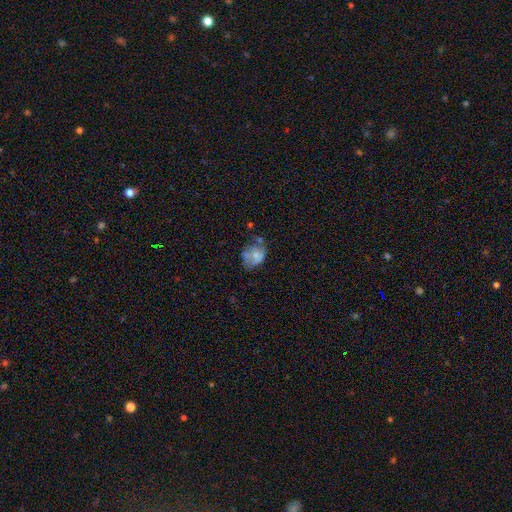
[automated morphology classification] The model was most divided on "merging": none: 35%, minor disturbance: 29%, major disturbance: 23%, merger: 13%. More confident: how rounded — in between (62%); smooth or featured — smooth (53%).